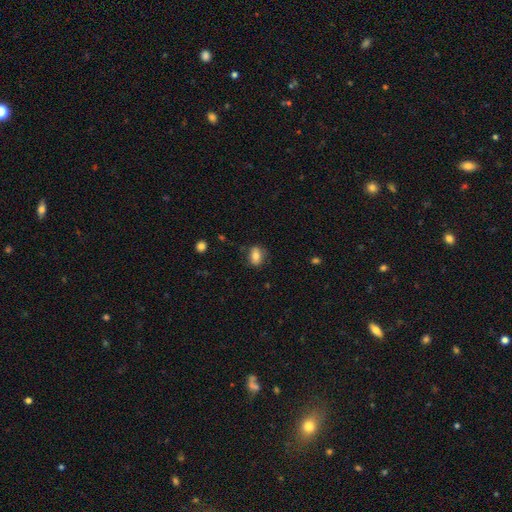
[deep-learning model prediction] A smooth galaxy with no disk features (79%) that is in between round and cigar-shaped (76%). Merging: none (77%).